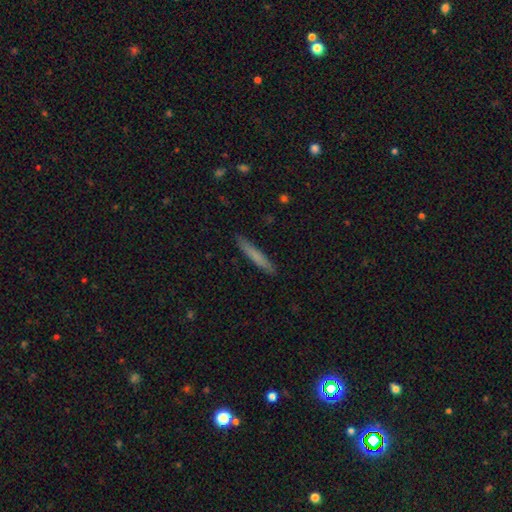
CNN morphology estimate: Q: Smooth or featured?
A: smooth (72%); runner-up: featured or disk (22%)
Q: How rounded?
A: cigar-shaped (95%); runner-up: in between (3%)
Q: Merging?
A: none (90%); runner-up: minor disturbance (8%)